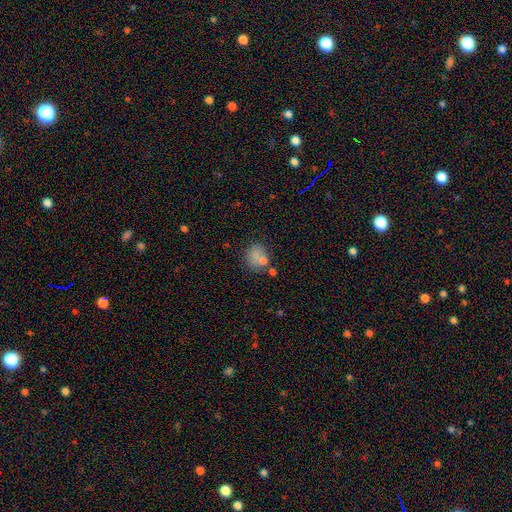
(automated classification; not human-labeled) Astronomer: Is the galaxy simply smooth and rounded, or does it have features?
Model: smooth — 73%.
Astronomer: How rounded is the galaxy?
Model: round — 65%.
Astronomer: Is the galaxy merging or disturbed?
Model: none — 58%.